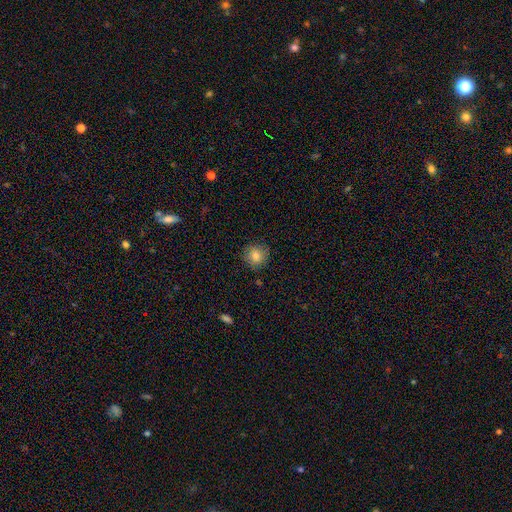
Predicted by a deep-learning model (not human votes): Morphology: type=smooth (83%); roundness=round (90%); merging=none (85%).